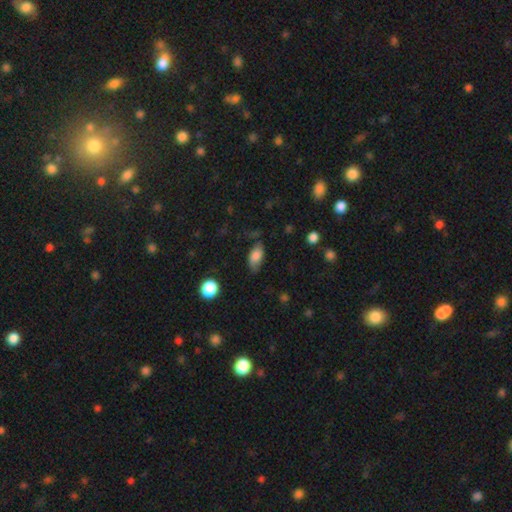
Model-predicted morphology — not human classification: This is likely a smooth galaxy (80%). How rounded: clearly in between (89%). Merging: likely none (68%).